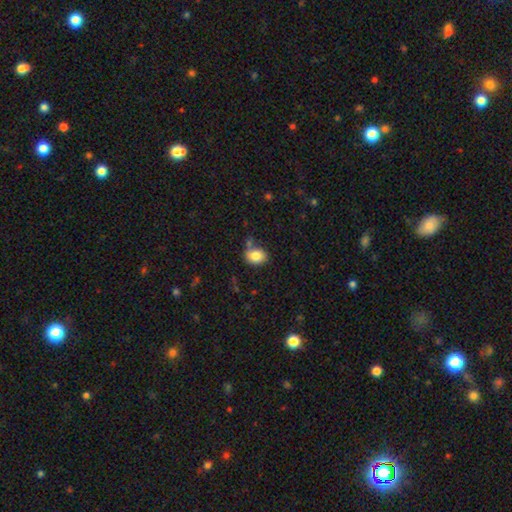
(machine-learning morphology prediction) A smooth galaxy with no disk features (83%) that is in between round and cigar-shaped (58%). Merging: none (68%).